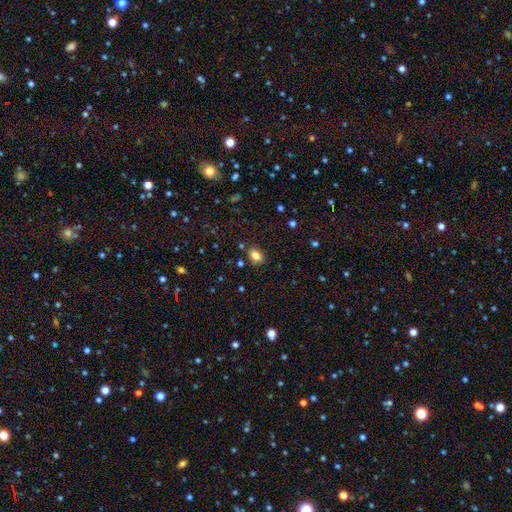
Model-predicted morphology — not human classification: smooth_or_featured: smooth (p=0.82) [alt: star or artifact p=0.11]
how_rounded: in between (p=0.68) [alt: round p=0.31]
merging: none (p=0.82) [alt: minor disturbance p=0.12]